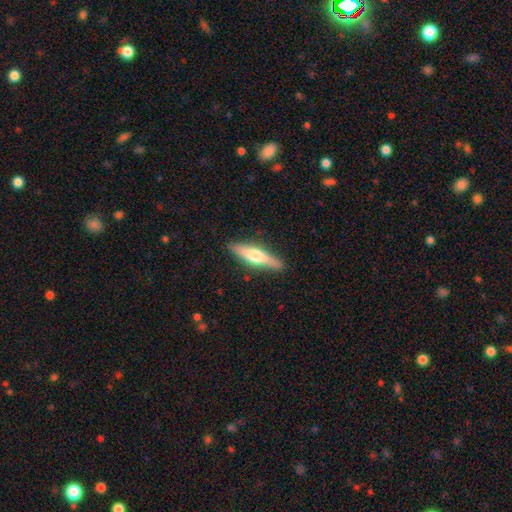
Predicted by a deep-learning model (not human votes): smooth_or_featured: smooth (p=0.50) [alt: featured or disk p=0.44]
how_rounded: cigar-shaped (p=0.78) [alt: in between p=0.21]
merging: none (p=0.87) [alt: minor disturbance p=0.10]